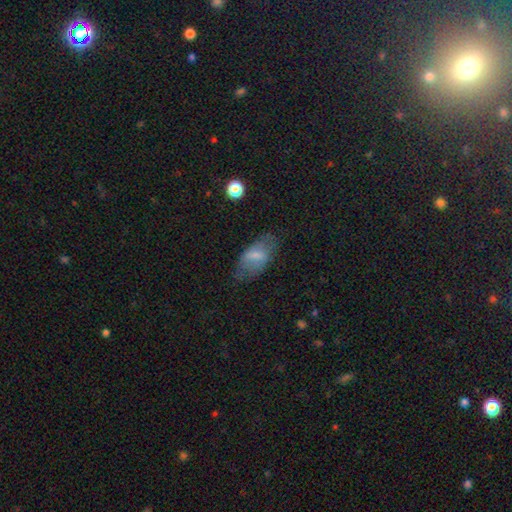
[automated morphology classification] smooth-or-featured: smooth: 59% | featured or disk: 32% | star or artifact: 8%
  how-rounded: in between: 89% | cigar-shaped: 7% | round: 5%
  merging: none: 66% | minor disturbance: 22% | major disturbance: 10% | merger: 2%